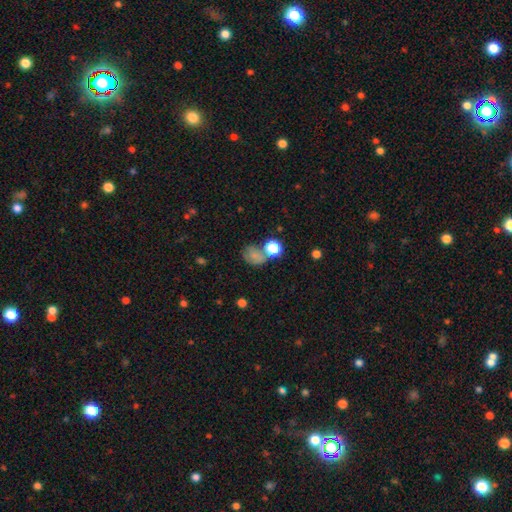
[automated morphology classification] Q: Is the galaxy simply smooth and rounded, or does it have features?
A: smooth — 67%.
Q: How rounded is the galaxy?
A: round — 50%.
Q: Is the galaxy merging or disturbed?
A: none — 42%.